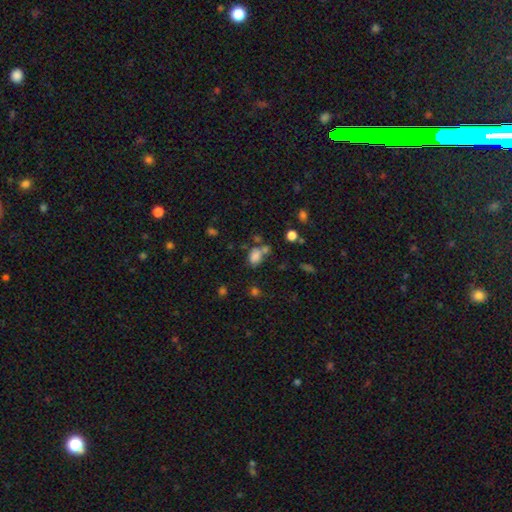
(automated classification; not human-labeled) smooth_or_featured: smooth (p=0.76) [alt: star or artifact p=0.14]
how_rounded: in between (p=0.75) [alt: round p=0.24]
merging: none (p=0.43) [alt: merger p=0.33]